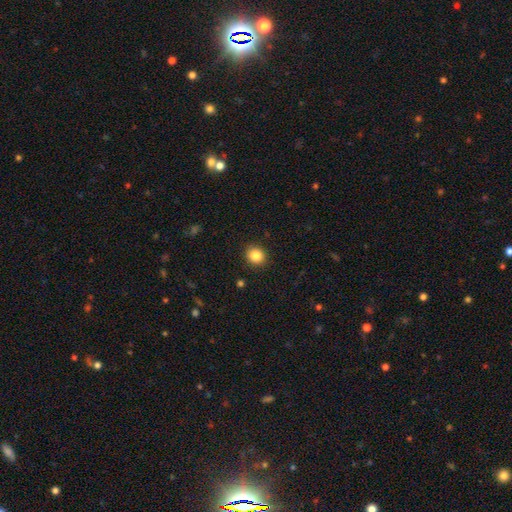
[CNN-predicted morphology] smooth 85%, star or artifact 10%, featured or disk 5%. Down the decision tree: how rounded — round (81%); merging — none (91%).